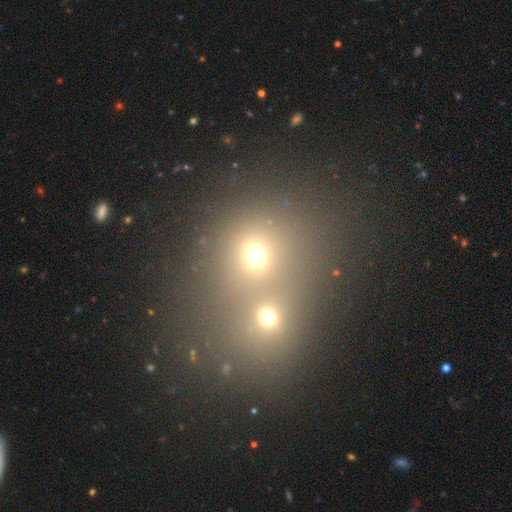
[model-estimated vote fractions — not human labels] A smooth galaxy with no disk features (59%) that is round (72%).

Vote fractions:
- Smooth or featured? smooth: 59% / star or artifact: 27% / featured or disk: 14%
- How rounded? round: 72% / in between: 26% / cigar-shaped: 1%
- Merging? merger: 59% / none: 32% / minor disturbance: 5% / major disturbance: 3%